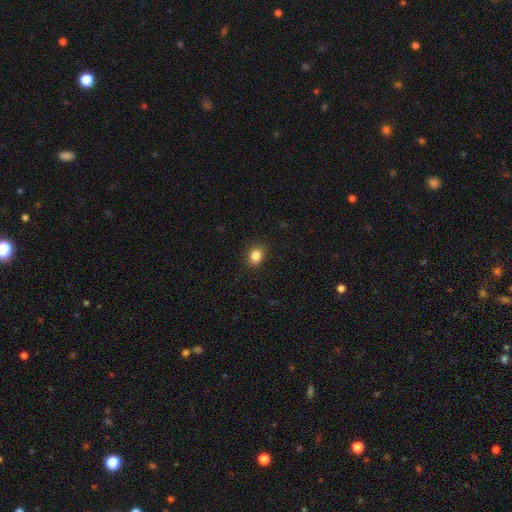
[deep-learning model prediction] This is clearly a smooth galaxy (86%). How rounded: possibly in between (52%). Merging: clearly none (88%).